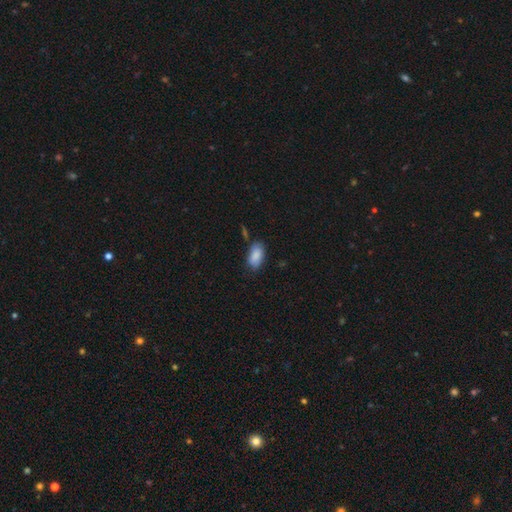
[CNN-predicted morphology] A smooth galaxy with no disk features (86%) that is in between round and cigar-shaped (94%).

Vote fractions:
- Smooth or featured? smooth: 86% / featured or disk: 7% / star or artifact: 6%
- How rounded? in between: 94% / round: 4% / cigar-shaped: 3%
- Merging? none: 71% / minor disturbance: 20% / merger: 4% / major disturbance: 4%